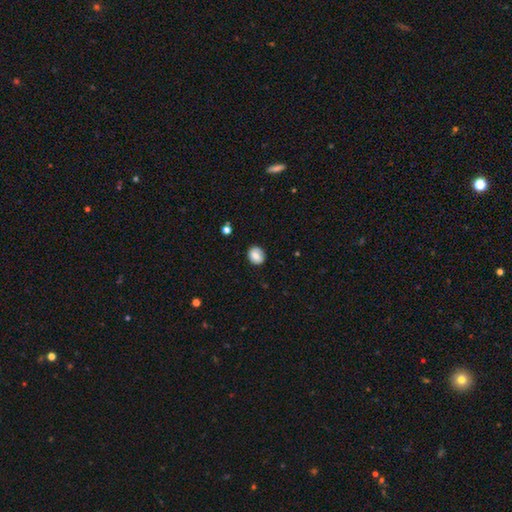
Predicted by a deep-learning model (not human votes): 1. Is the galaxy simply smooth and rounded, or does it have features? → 75% smooth, 16% featured or disk, 9% star or artifact.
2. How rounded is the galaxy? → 67% round, 32% in between, 1% cigar-shaped.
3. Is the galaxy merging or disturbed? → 83% none, 13% minor disturbance, 3% major disturbance, 1% merger.